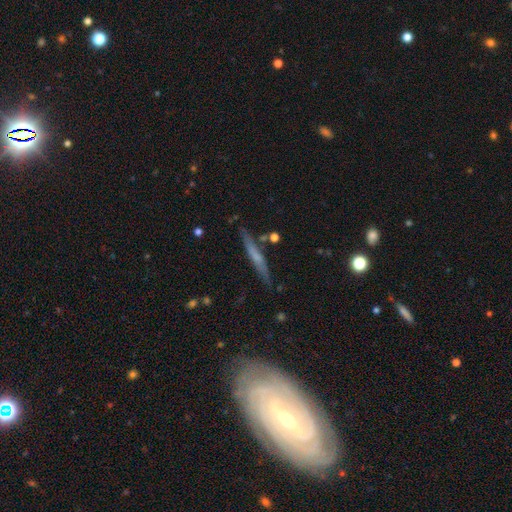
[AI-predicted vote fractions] Smooth or featured?
  - featured or disk: 48% *
  - smooth: 45%
  - star or artifact: 7%
Merging?
  - none: 83% *
  - minor disturbance: 12%
  - merger: 3%
  - major disturbance: 2%